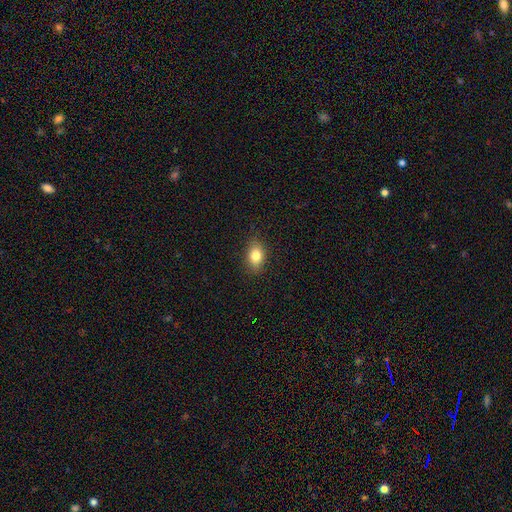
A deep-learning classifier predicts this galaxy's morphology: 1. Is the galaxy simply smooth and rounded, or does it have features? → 81% smooth, 9% star or artifact, 9% featured or disk.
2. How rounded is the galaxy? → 79% in between, 19% round, 2% cigar-shaped.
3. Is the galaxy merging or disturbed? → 86% none, 10% minor disturbance, 2% major disturbance, 1% merger.